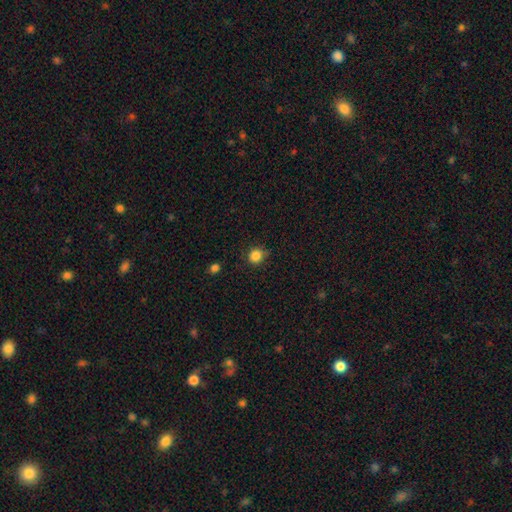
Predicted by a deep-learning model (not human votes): The model was most divided on "merging": none: 82%, minor disturbance: 13%, major disturbance: 3%, merger: 2%. More confident: how rounded — round (88%); smooth or featured — smooth (85%).